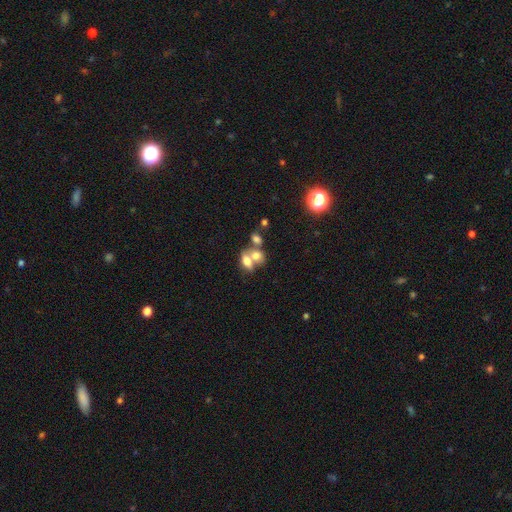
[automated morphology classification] The model was most divided on "merging": merger: 65%, none: 22%, minor disturbance: 8%, major disturbance: 5%. More confident: how rounded — in between (71%); smooth or featured — smooth (69%).